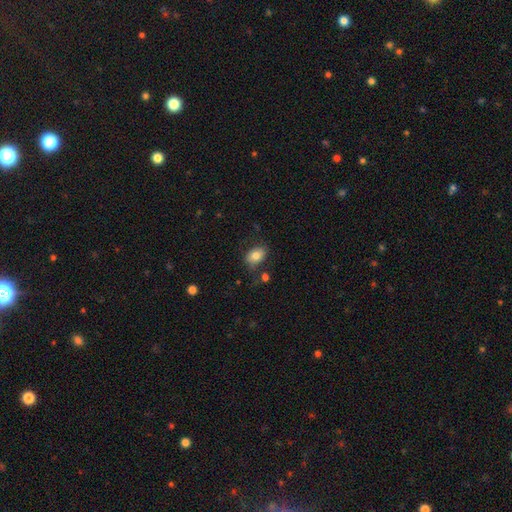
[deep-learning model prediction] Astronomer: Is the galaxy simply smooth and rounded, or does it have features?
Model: smooth — 77%.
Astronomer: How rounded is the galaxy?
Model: in between — 79%.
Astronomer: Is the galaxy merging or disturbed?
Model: none — 69%.